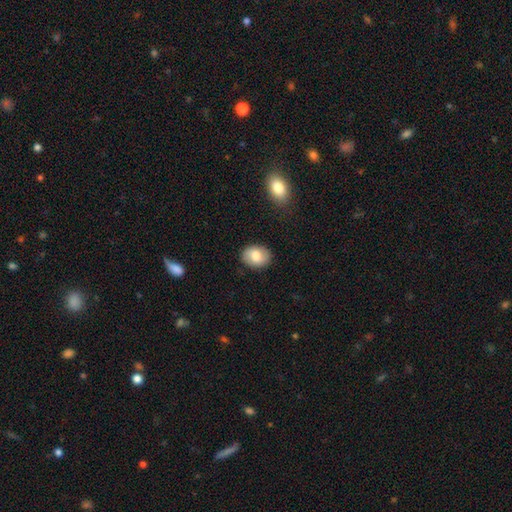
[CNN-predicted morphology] Smooth or featured?
  - smooth: 77% *
  - featured or disk: 16%
  - star or artifact: 7%
How rounded?
  - in between: 64% *
  - round: 35%
  - cigar-shaped: 1%
Merging?
  - none: 86% *
  - minor disturbance: 10%
  - major disturbance: 2%
  - merger: 1%